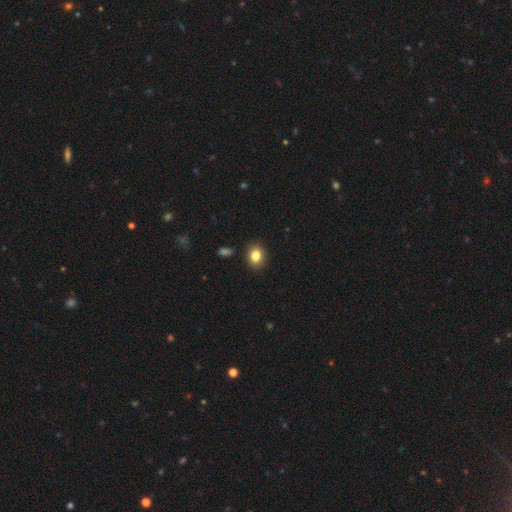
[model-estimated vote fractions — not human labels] smooth-or-featured: smooth: 83% | star or artifact: 10% | featured or disk: 7%
  how-rounded: round: 50% | in between: 49% | cigar-shaped: 1%
  merging: none: 88% | minor disturbance: 8% | major disturbance: 2% | merger: 2%